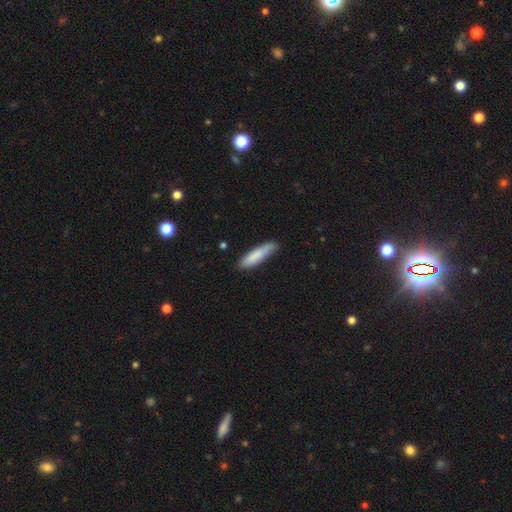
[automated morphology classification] Smooth or featured? Predicted: smooth (p=0.83). How rounded? Predicted: cigar-shaped (p=0.77). Merging? Predicted: none (p=0.79).